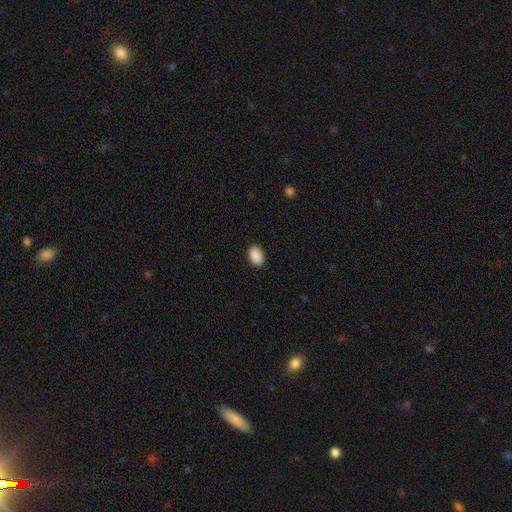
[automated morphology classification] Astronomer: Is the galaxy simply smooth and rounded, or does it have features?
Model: smooth — 91%.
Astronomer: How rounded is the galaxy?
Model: in between — 89%.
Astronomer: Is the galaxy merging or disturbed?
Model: none — 89%.